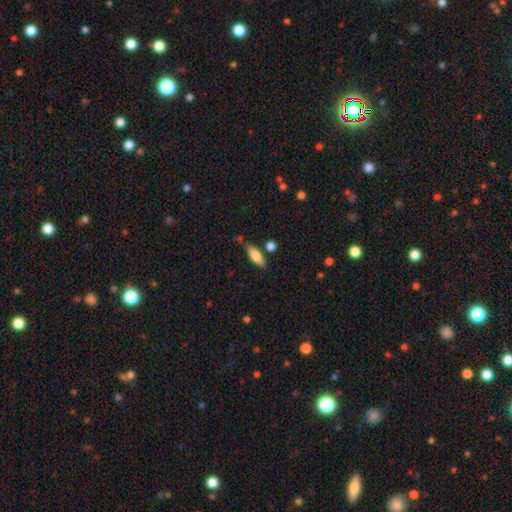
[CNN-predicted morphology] smooth 76%, featured or disk 17%, star or artifact 7%. Down the decision tree: how rounded — in between (63%); merging — none (66%).